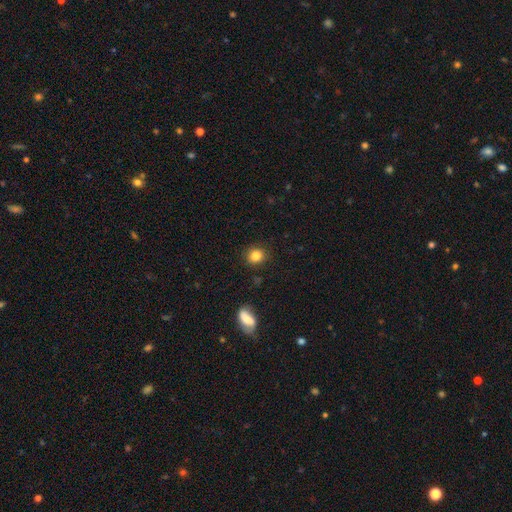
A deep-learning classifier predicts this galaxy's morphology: smooth 84%, star or artifact 10%, featured or disk 6%. Down the decision tree: how rounded — round (75%); merging — none (87%).